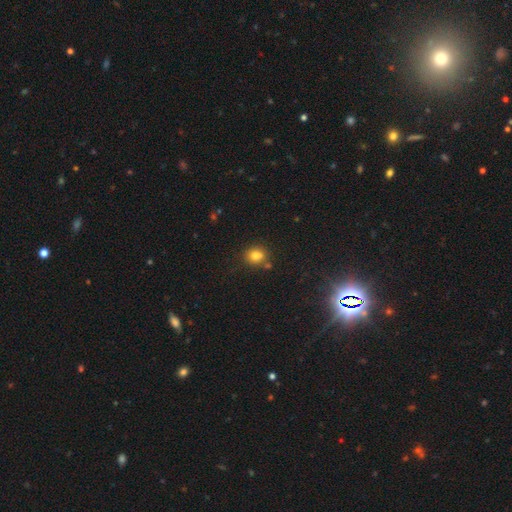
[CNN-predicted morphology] A smooth galaxy with no disk features (79%) that is round (73%).

Vote fractions:
- Smooth or featured? smooth: 79% / star or artifact: 13% / featured or disk: 8%
- How rounded? round: 73% / in between: 26% / cigar-shaped: 1%
- Merging? none: 67% / merger: 17% / minor disturbance: 13% / major disturbance: 4%